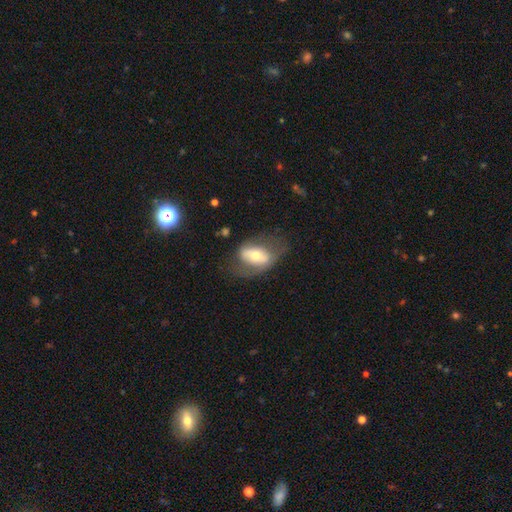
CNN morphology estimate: smooth-or-featured: featured or disk: 51% | smooth: 42% | star or artifact: 7%
  disk-edge-on: no: 88% | yes: 12%
  merging: none: 56% | minor disturbance: 23% | major disturbance: 19% | merger: 2%